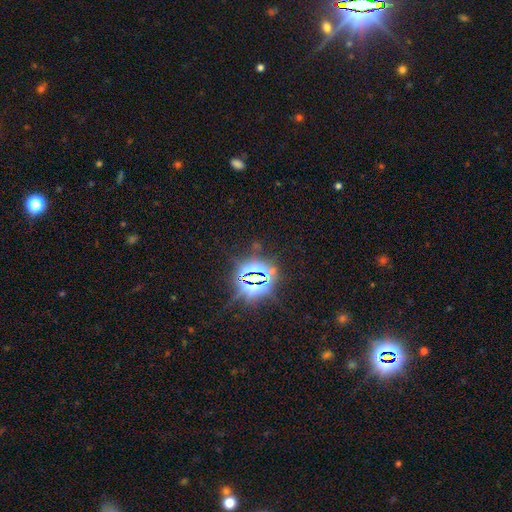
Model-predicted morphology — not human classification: Smooth or featured?
  - star or artifact: 84% *
  - smooth: 10%
  - featured or disk: 6%